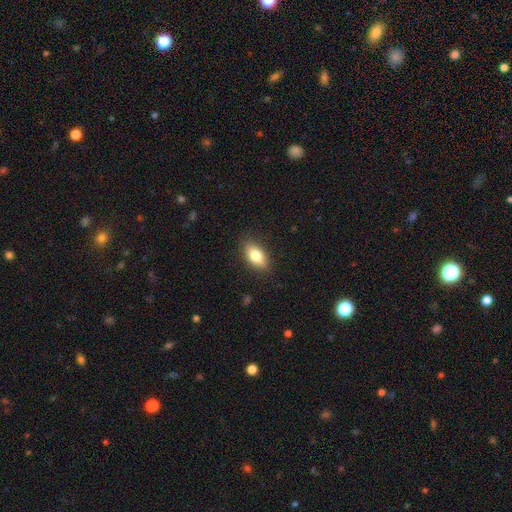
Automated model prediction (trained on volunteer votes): smooth 81%, featured or disk 11%, star or artifact 8%. Down the decision tree: how rounded — in between (89%); merging — none (87%).